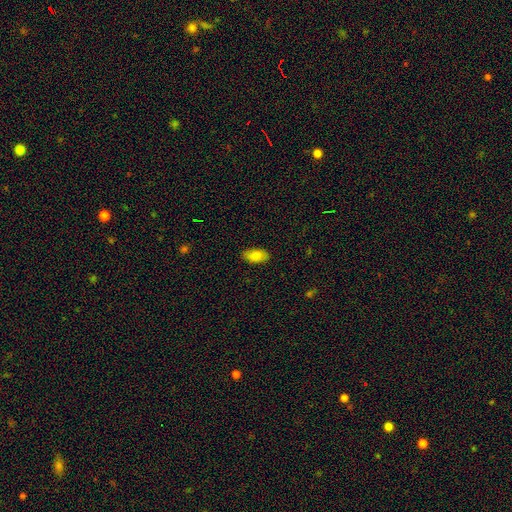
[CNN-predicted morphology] smooth 84%, featured or disk 9%, star or artifact 8%. Down the decision tree: how rounded — in between (94%); merging — none (88%).